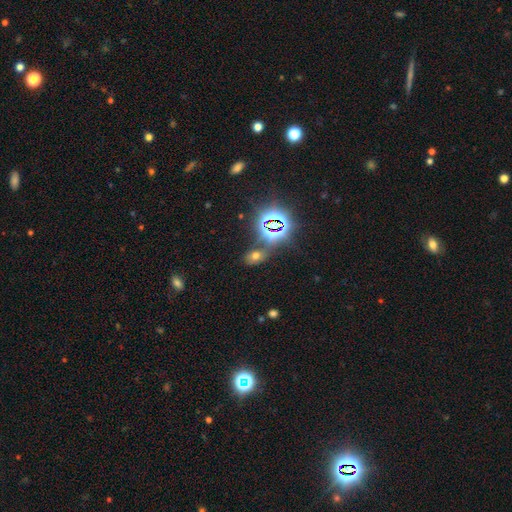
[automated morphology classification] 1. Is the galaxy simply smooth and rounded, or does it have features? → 50% smooth, 39% star or artifact, 11% featured or disk.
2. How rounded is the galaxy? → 75% in between, 23% round, 2% cigar-shaped.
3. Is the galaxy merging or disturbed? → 66% none, 14% merger, 13% minor disturbance, 6% major disturbance.